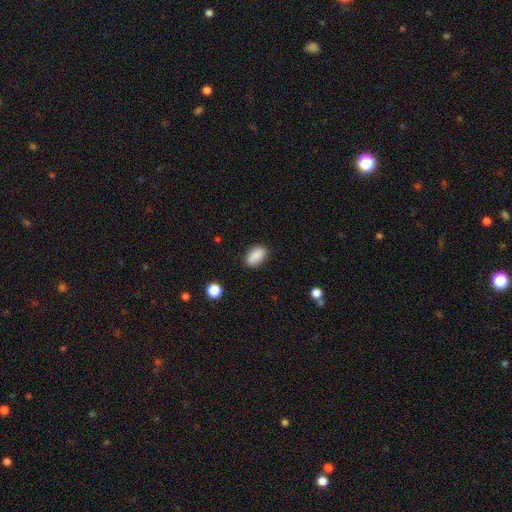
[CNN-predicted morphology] smooth-or-featured: smooth: 88% | star or artifact: 8% | featured or disk: 4%
  how-rounded: in between: 91% | round: 7% | cigar-shaped: 2%
  merging: none: 86% | minor disturbance: 11% | major disturbance: 2% | merger: 1%